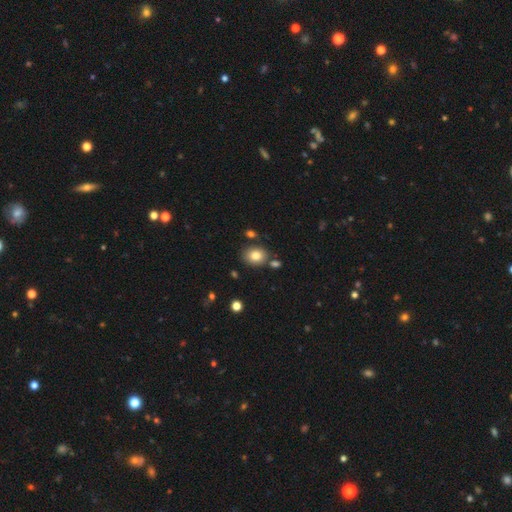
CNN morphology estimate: Smooth or featured? smooth (81%)
How rounded? in between (52%)
Merging? none (76%)